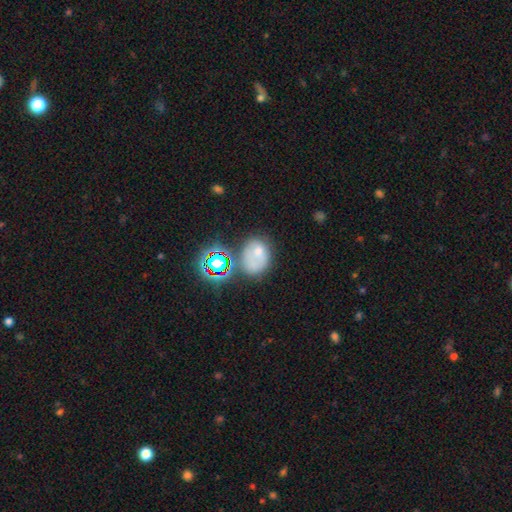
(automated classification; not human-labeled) Overall: smooth (56%; star or artifact 23%). How rounded: in between (52%; round 47%). Merging: none (42%; merger 25%).